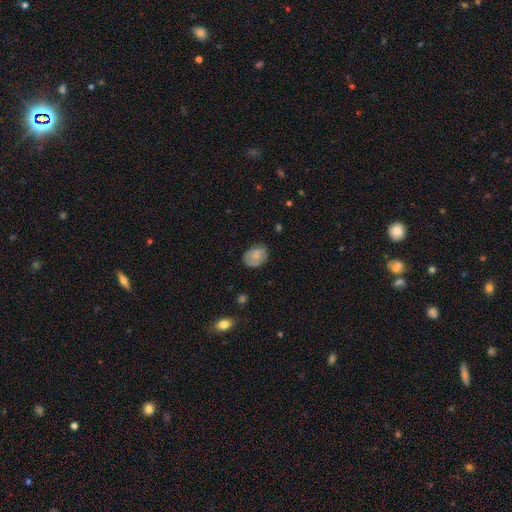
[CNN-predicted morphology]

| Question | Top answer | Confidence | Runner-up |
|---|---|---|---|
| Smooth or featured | smooth | 74% | featured or disk (18%) |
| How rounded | in between | 69% | round (30%) |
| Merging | none | 73% | minor disturbance (20%) |